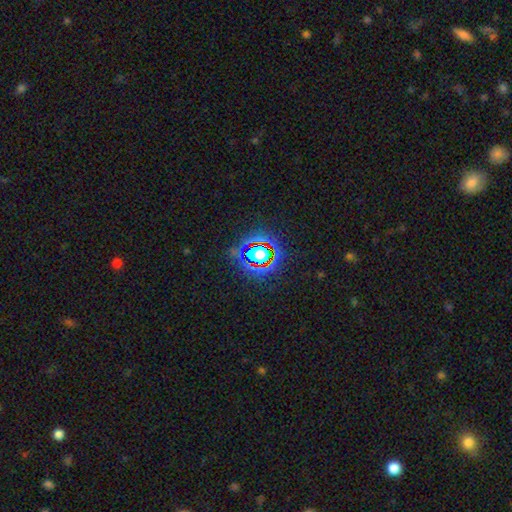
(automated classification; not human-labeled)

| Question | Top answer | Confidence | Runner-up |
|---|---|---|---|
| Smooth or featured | star or artifact | 78% | smooth (14%) |